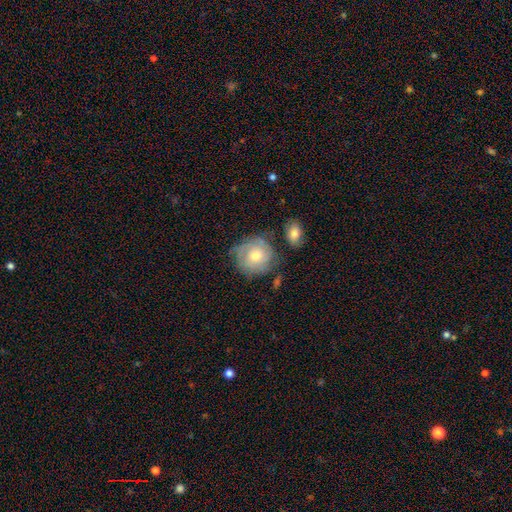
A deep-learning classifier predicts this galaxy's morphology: smooth_or_featured: featured or disk (p=0.49) [alt: smooth p=0.43]
merging: none (p=0.60) [alt: minor disturbance p=0.24]